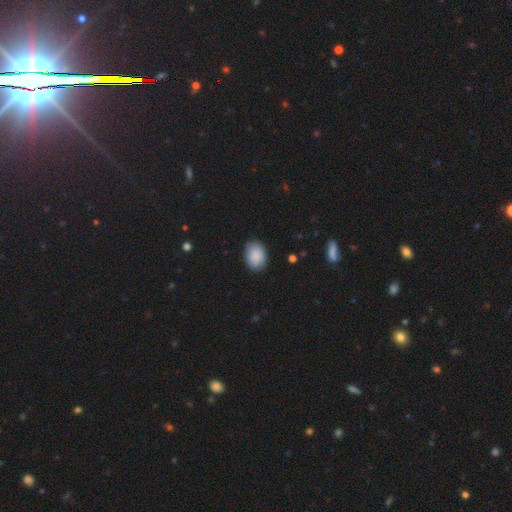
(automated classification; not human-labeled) The model was most divided on "how rounded": in between: 73%, round: 26%, cigar-shaped: 1%. More confident: smooth or featured — smooth (89%); merging — none (85%).